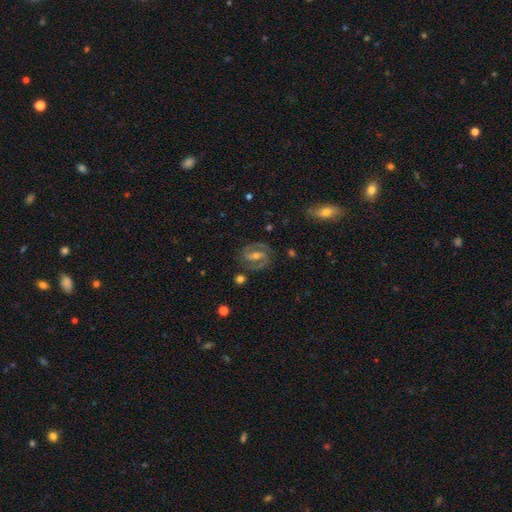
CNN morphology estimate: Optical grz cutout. It shows a featured or disk galaxy (86%) with a strong bar (53%), 2 (92%) medium (54%) spiral arms (95%) and a small central bulge (47%). Merging: none (81%).